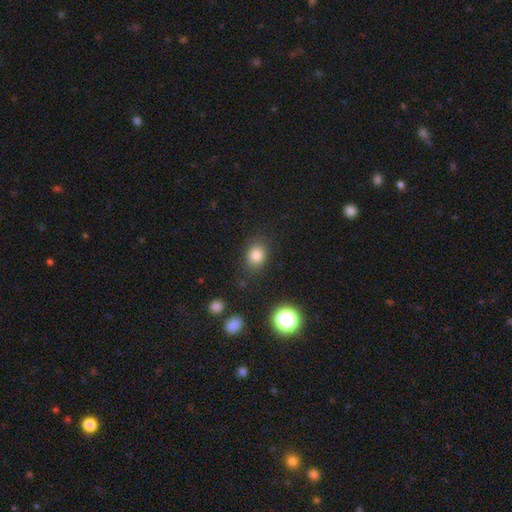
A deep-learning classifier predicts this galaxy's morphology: The model was most divided on "how rounded": in between: 52%, round: 47%, cigar-shaped: 1%. More confident: smooth or featured — smooth (81%); merging — none (81%).